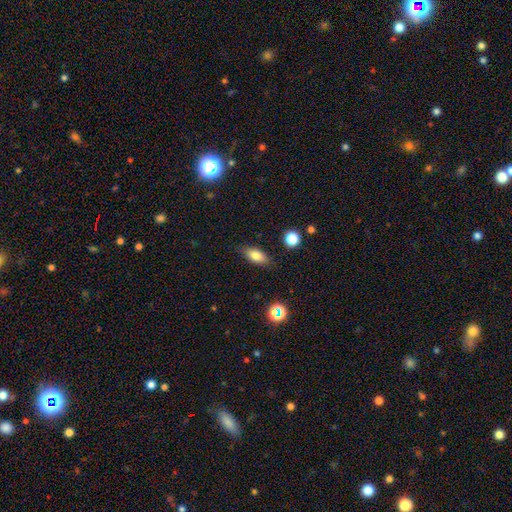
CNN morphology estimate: Smooth or featured? smooth (79%)
How rounded? in between (83%)
Merging? none (83%)